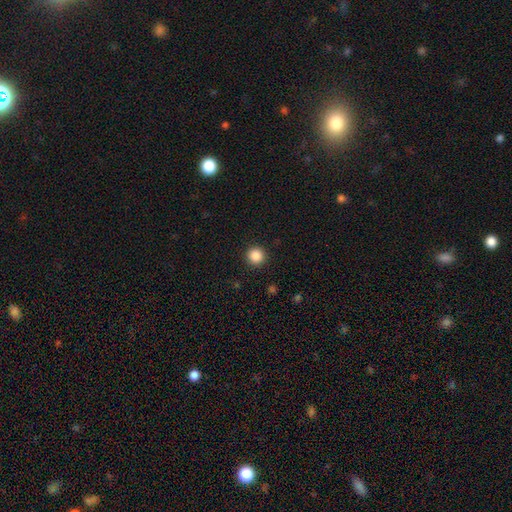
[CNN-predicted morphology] Q: Smooth or featured?
A: smooth (87%); runner-up: star or artifact (10%)
Q: How rounded?
A: round (95%); runner-up: in between (4%)
Q: Merging?
A: none (92%); runner-up: minor disturbance (5%)